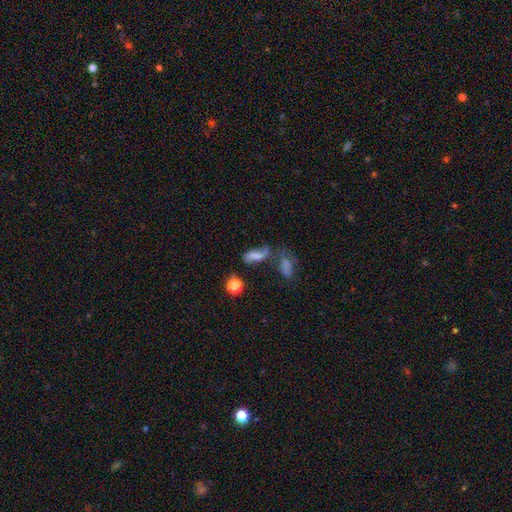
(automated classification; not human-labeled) Q: Smooth or featured?
A: smooth (52%); runner-up: featured or disk (34%)
Q: How rounded?
A: in between (72%); runner-up: cigar-shaped (20%)
Q: Merging?
A: none (36%); runner-up: merger (26%)